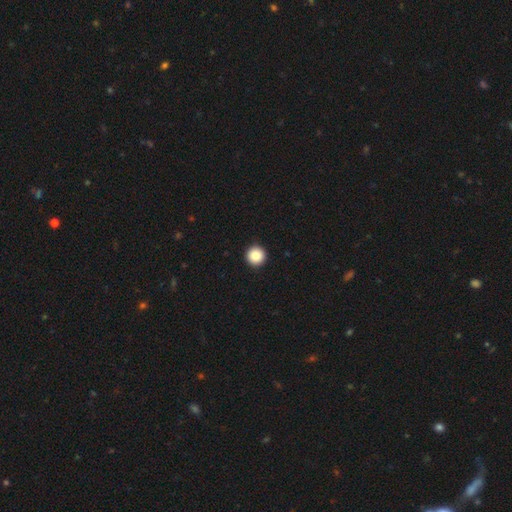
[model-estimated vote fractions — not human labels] Morphology: type=smooth (87%); roundness=round (96%); merging=none (94%).